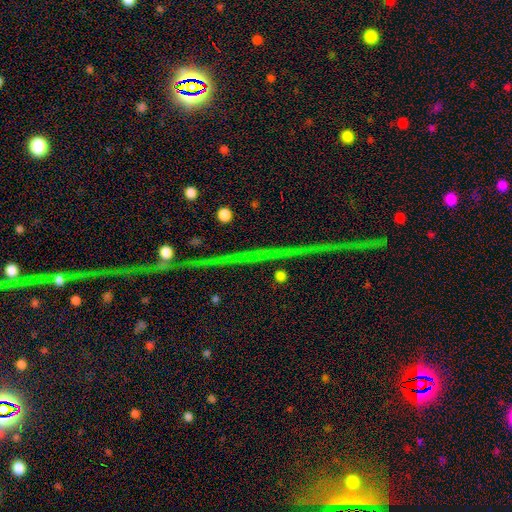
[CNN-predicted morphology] Overall: star or artifact (81%).